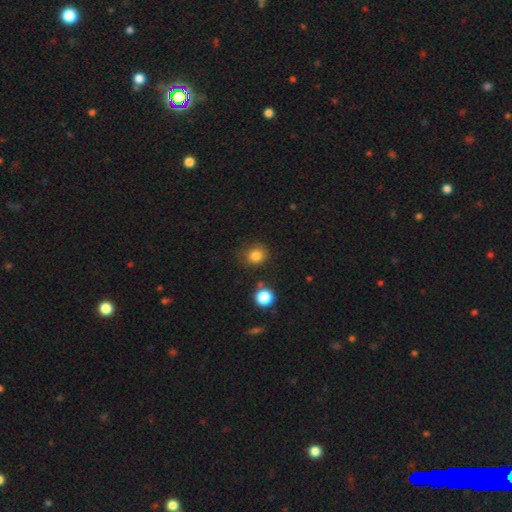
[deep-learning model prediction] A smooth galaxy with no disk features (83%) that is round (81%).

Vote fractions:
- Smooth or featured? smooth: 83% / star or artifact: 12% / featured or disk: 5%
- How rounded? round: 81% / in between: 18% / cigar-shaped: 1%
- Merging? none: 78% / minor disturbance: 14% / major disturbance: 4% / merger: 4%